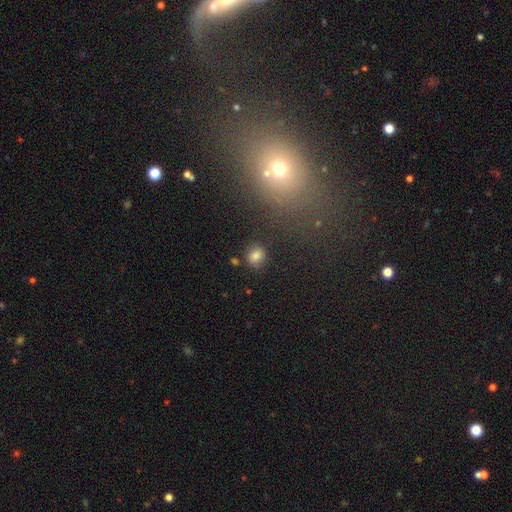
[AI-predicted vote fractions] smooth-or-featured: smooth: 79% | star or artifact: 14% | featured or disk: 7%
  how-rounded: round: 68% | in between: 31% | cigar-shaped: 1%
  merging: none: 83% | minor disturbance: 10% | merger: 4% | major disturbance: 3%